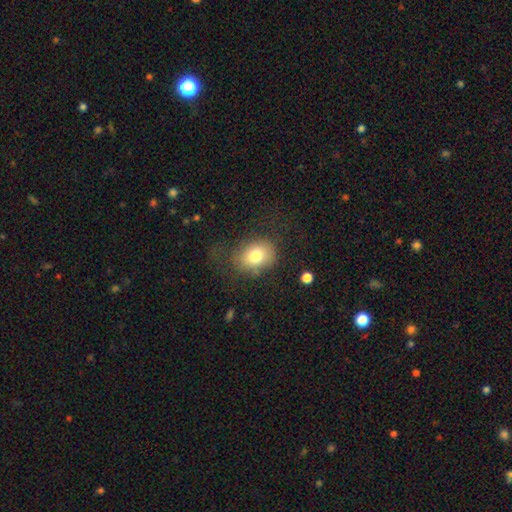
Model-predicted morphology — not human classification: smooth 77%, featured or disk 14%, star or artifact 9%. Down the decision tree: how rounded — in between (65%); merging — none (62%).